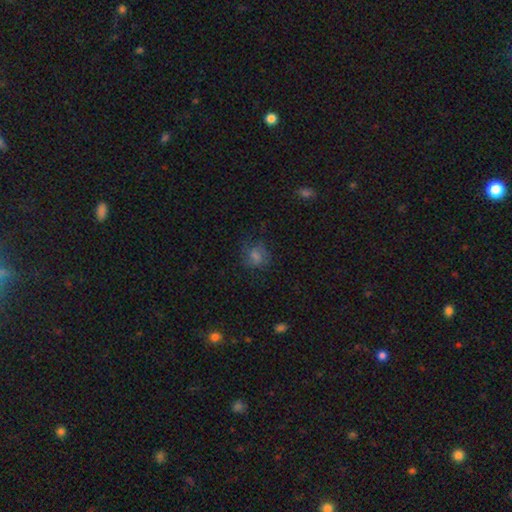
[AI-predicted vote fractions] The model was most divided on "smooth or featured": smooth: 56%, featured or disk: 22%, star or artifact: 22%. More confident: merging — none (66%); how rounded — round (66%).